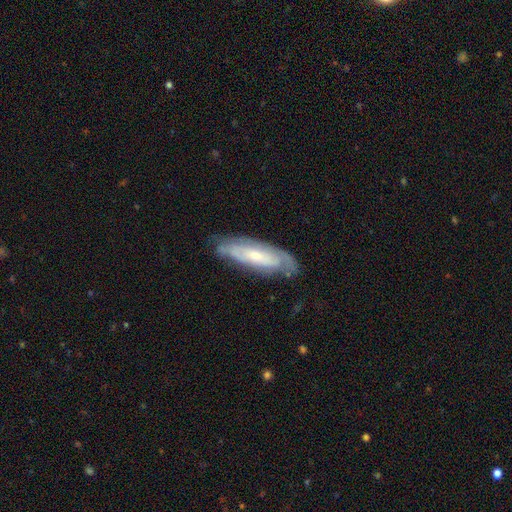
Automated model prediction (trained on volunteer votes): Smooth or featured?
  - featured or disk: 66% *
  - smooth: 27%
  - star or artifact: 6%
Edge-on disk?
  - no: 76% *
  - yes: 24%
Bar?
  - no: 60% *
  - weak: 29%
  - strong: 11%
Spiral arms?
  - yes: 79% *
  - no: 21%
Bulge size?
  - small: 55% *
  - moderate: 36%
  - large: 4%
  - none: 3%
  - dominant: 1%
Merging?
  - none: 72% *
  - minor disturbance: 20%
  - major disturbance: 6%
  - merger: 2%